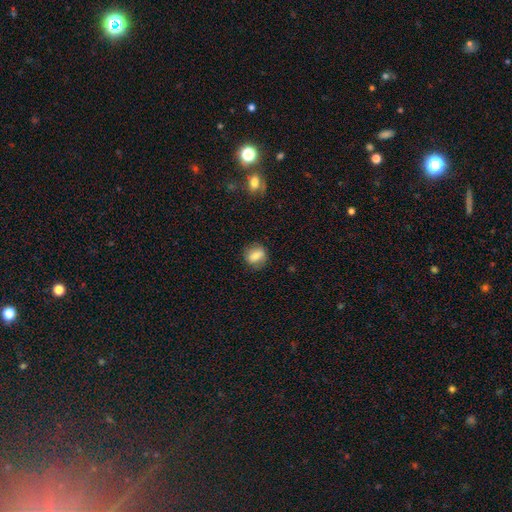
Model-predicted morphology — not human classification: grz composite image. It shows a smooth galaxy with no disk features (78%) that is round (55%). Merging: none (80%).